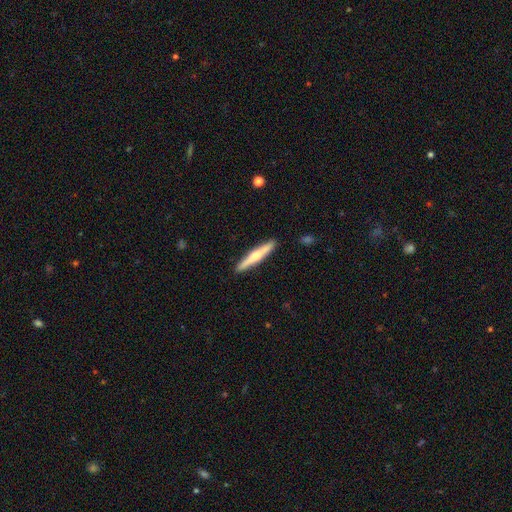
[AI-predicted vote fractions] featured or disk 55%, smooth 40%, star or artifact 5%. Down the decision tree: edge-on disk — yes (97%); edge-on bulge — rounded (85%); merging — none (91%).